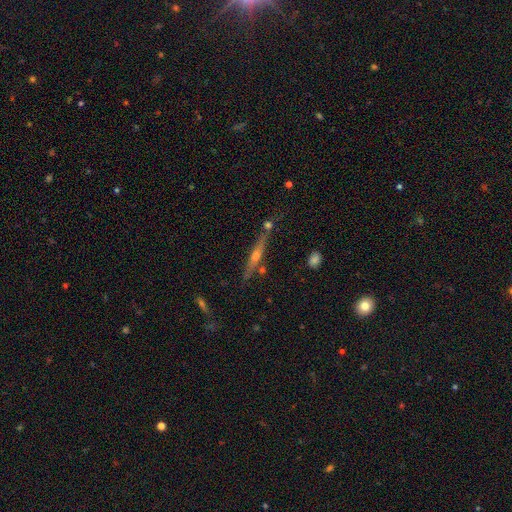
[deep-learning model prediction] Overall: featured or disk (70%). Edge-on disk: yes (96%). Edge-on bulge: rounded (78%). Merging: none (79%).